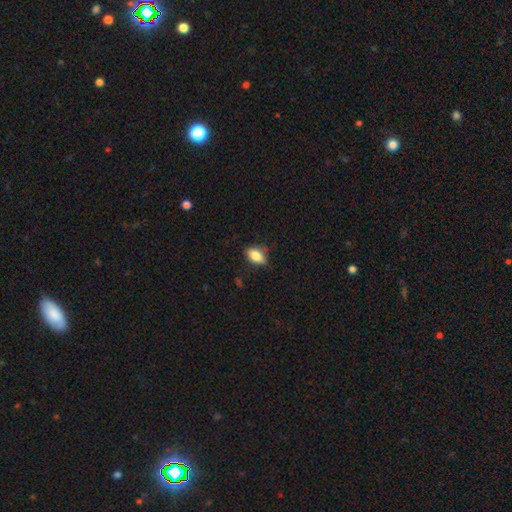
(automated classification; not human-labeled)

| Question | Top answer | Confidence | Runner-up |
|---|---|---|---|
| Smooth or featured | smooth | 78% | featured or disk (14%) |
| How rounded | in between | 86% | round (7%) |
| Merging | none | 72% | minor disturbance (22%) |